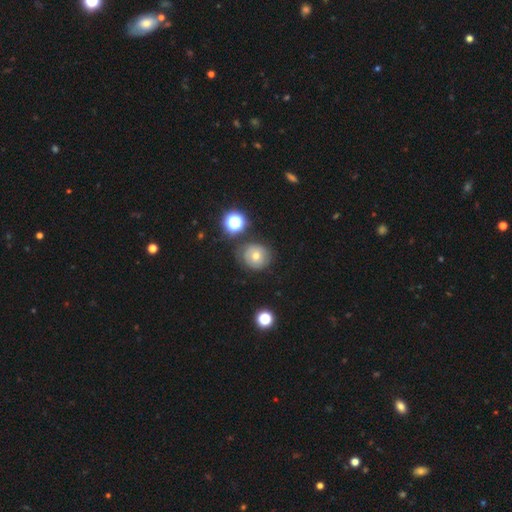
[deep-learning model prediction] A smooth galaxy with no disk features (51%) that is round (85%). Merging: none (73%).